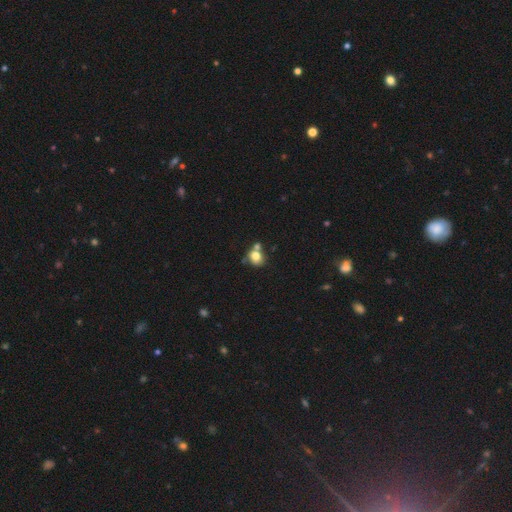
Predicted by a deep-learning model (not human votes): Morphology: type=smooth (77%); roundness=round (66%); merging=none (48%).